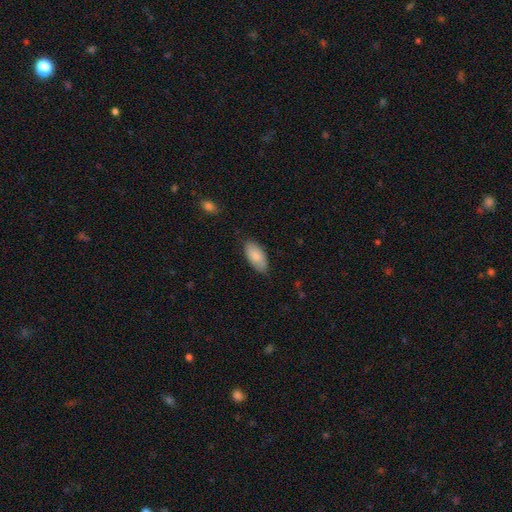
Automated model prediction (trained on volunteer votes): A smooth galaxy with no disk features (83%) that is in between round and cigar-shaped (93%). Merging: none (79%).